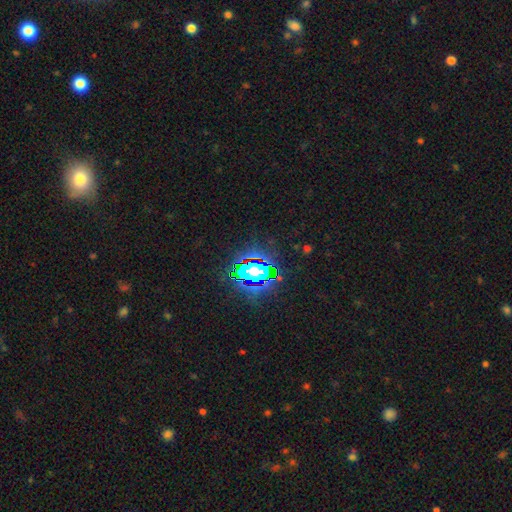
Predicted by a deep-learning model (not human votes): smooth_or_featured: star or artifact (p=0.82) [alt: smooth p=0.11]